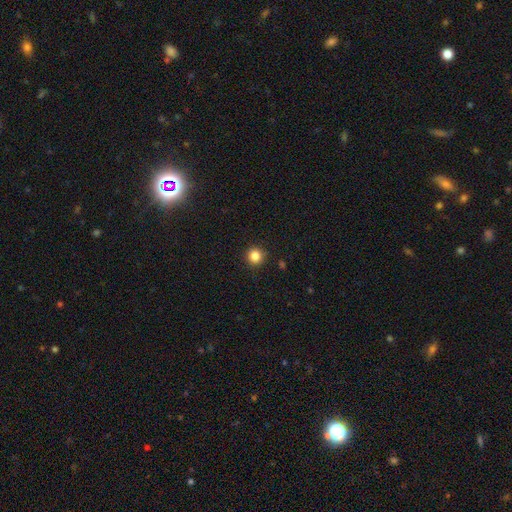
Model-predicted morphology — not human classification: Smooth or featured?
  - smooth: 85% *
  - star or artifact: 11%
  - featured or disk: 4%
How rounded?
  - round: 94% *
  - in between: 5%
  - cigar-shaped: 1%
Merging?
  - none: 91% *
  - minor disturbance: 6%
  - major disturbance: 2%
  - merger: 1%